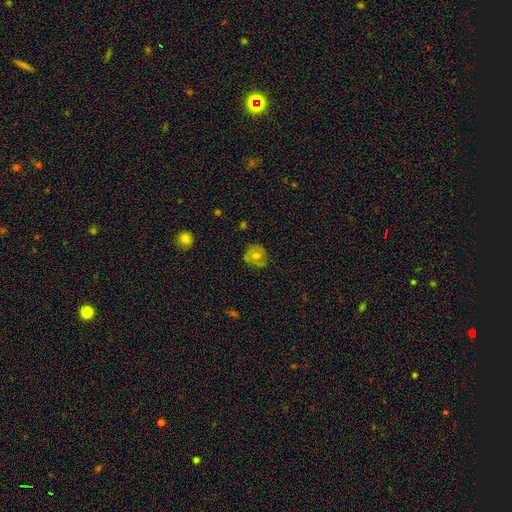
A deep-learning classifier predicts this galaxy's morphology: smooth_or_featured: featured or disk (p=0.48) [alt: smooth p=0.40]
merging: none (p=0.75) [alt: minor disturbance p=0.18]